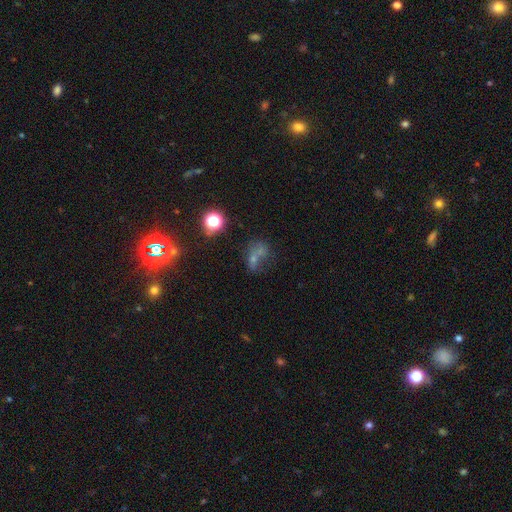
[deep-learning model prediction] This appears to be a smooth galaxy with no disk features (45%). Merging: merger (44%).